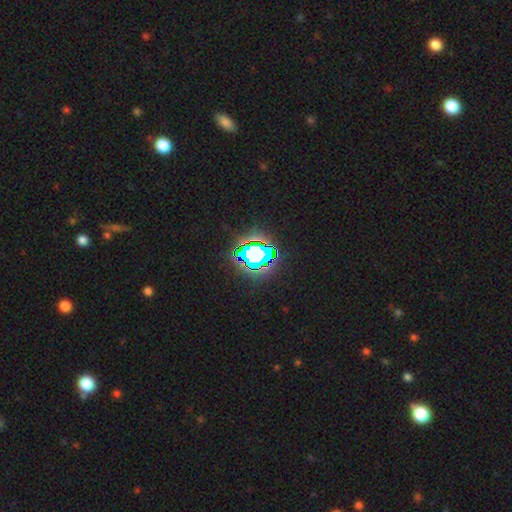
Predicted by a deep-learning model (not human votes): Smooth or featured?
  - star or artifact: 66% *
  - smooth: 20%
  - featured or disk: 15%